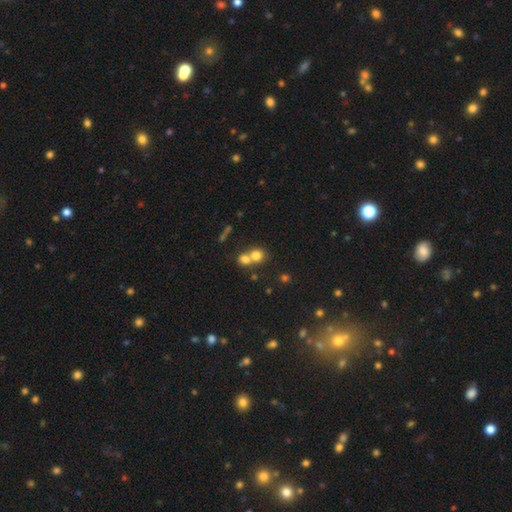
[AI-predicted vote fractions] This is likely a smooth galaxy (75%). How rounded: likely round (80%). Merging: possibly merger (56%).